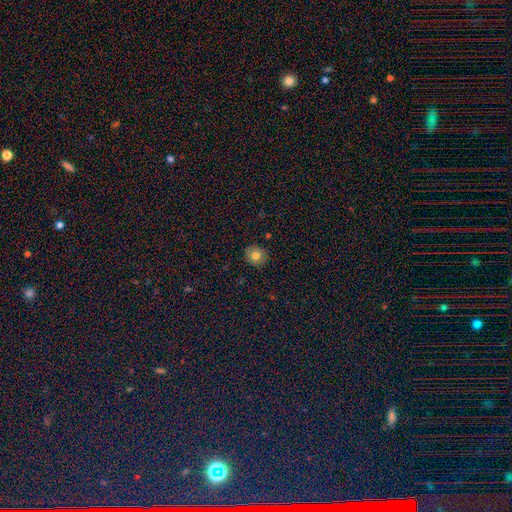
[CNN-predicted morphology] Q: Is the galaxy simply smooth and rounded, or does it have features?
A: smooth — 78%.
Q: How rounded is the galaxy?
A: round — 89%.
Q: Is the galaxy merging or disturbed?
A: none — 89%.